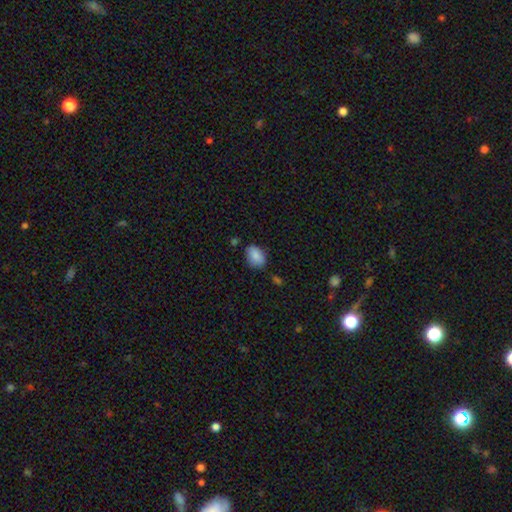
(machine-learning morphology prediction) Smooth or featured? Predicted: smooth (p=0.87). How rounded? Predicted: in between (p=0.75). Merging? Predicted: none (p=0.70).